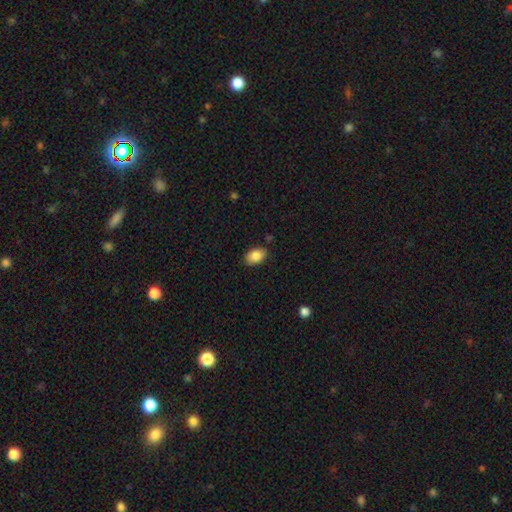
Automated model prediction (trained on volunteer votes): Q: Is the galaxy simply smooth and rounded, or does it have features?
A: smooth — 88%.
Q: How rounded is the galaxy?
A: in between — 89%.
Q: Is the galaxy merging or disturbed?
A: none — 84%.